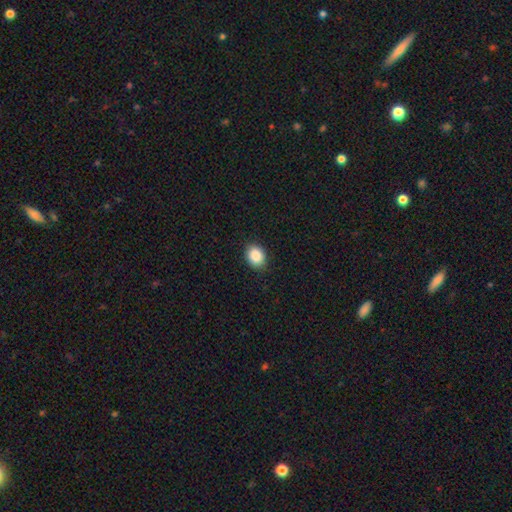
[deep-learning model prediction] Smooth or featured? smooth (88%)
How rounded? in between (56%)
Merging? none (89%)